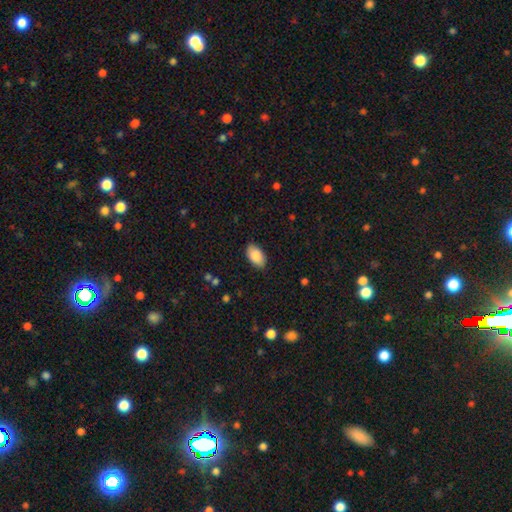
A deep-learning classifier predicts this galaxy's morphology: The model was most divided on "merging": none: 86%, minor disturbance: 10%, major disturbance: 2%, merger: 1%. More confident: how rounded — in between (94%); smooth or featured — smooth (89%).